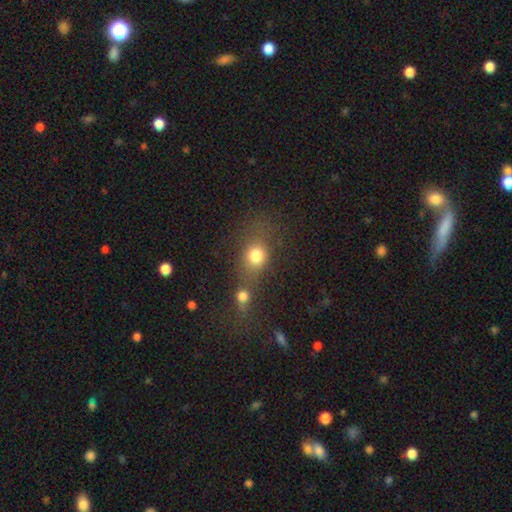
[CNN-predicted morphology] Smooth or featured? smooth (76%)
How rounded? round (63%)
Merging? merger (43%)